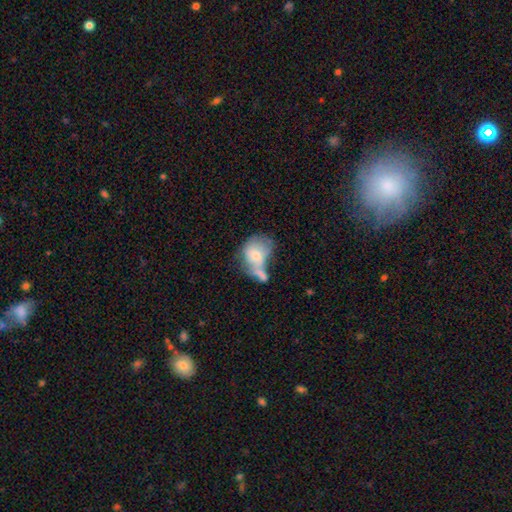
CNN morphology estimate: smooth-or-featured: smooth: 63% | featured or disk: 29% | star or artifact: 8%
  how-rounded: in between: 55% | round: 44% | cigar-shaped: 2%
  merging: merger: 48% | major disturbance: 19% | none: 17% | minor disturbance: 15%